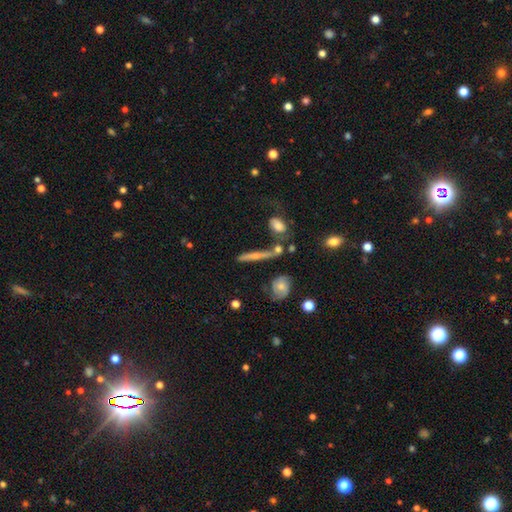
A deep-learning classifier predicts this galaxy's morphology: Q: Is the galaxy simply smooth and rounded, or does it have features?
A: featured or disk — 49%.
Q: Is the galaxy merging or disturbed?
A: none — 61%.